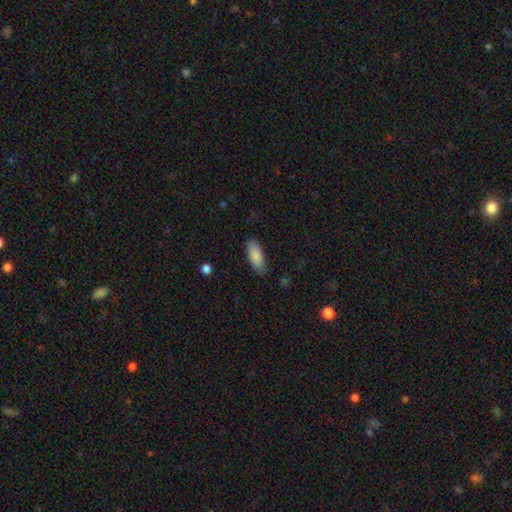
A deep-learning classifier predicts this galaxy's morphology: The model was most divided on "how rounded": in between: 81%, cigar-shaped: 17%, round: 2%. More confident: smooth or featured — smooth (87%); merging — none (80%).